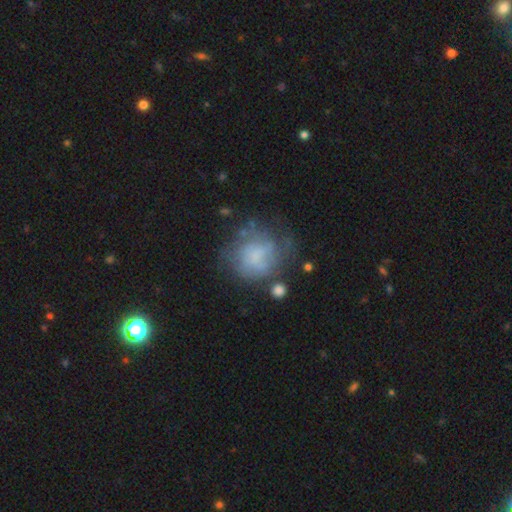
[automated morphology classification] This is possibly a smooth galaxy (47%). Merging: possibly none (52%).